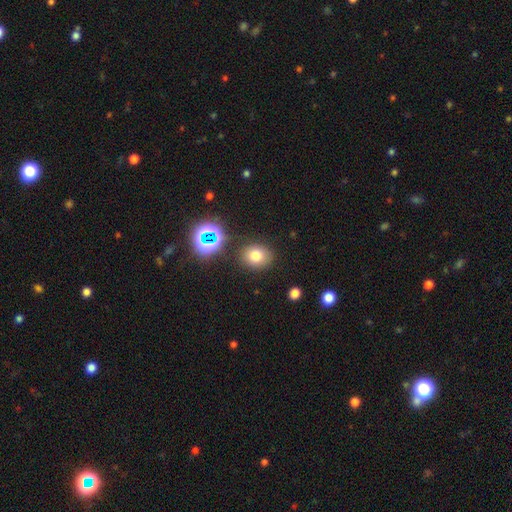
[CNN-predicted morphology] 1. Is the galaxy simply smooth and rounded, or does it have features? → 73% smooth, 18% star or artifact, 9% featured or disk.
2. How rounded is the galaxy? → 65% round, 34% in between, 1% cigar-shaped.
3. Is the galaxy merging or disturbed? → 84% none, 9% minor disturbance, 4% merger, 3% major disturbance.